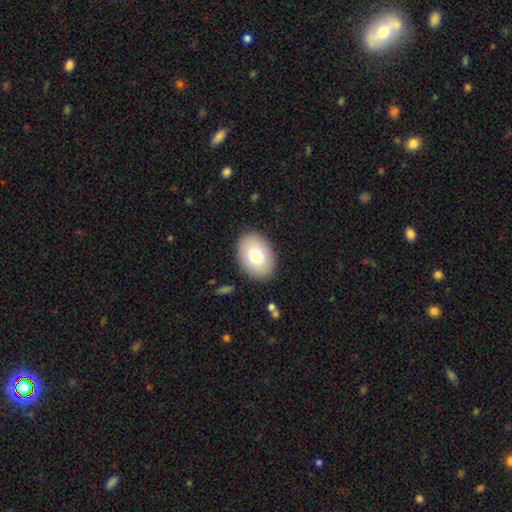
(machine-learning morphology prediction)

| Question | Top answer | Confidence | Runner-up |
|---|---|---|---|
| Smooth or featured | smooth | 76% | featured or disk (16%) |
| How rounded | in between | 77% | round (22%) |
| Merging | none | 88% | minor disturbance (8%) |